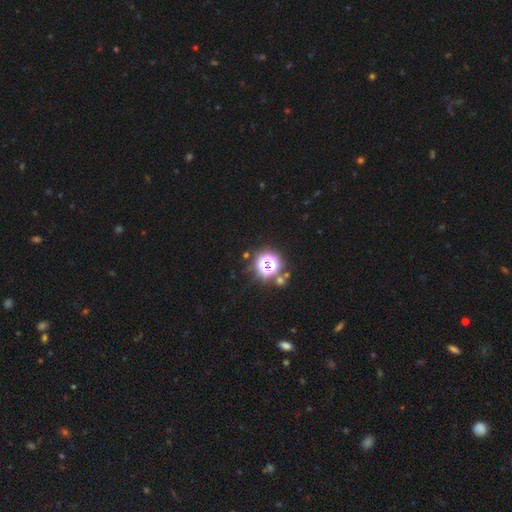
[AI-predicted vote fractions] Overall: star or artifact (65%; smooth 25%).